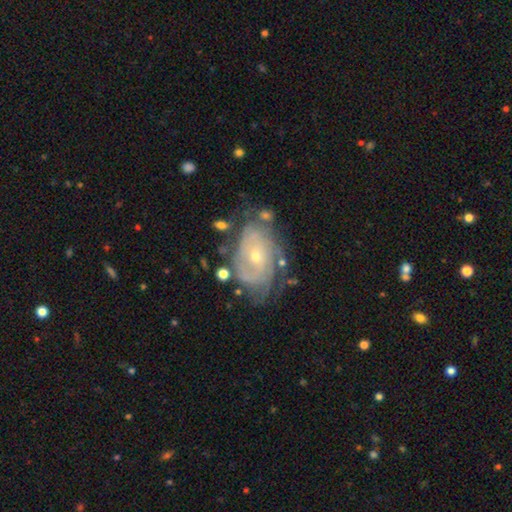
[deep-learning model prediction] Smooth or featured? featured or disk (81%)
Edge-on disk? no (96%)
Bar? no (71%)
Spiral arms? yes (88%)
Spiral winding? tight (70%)
Spiral arm count? can't tell (48%)
Bulge size? small (64%)
Merging? none (58%)